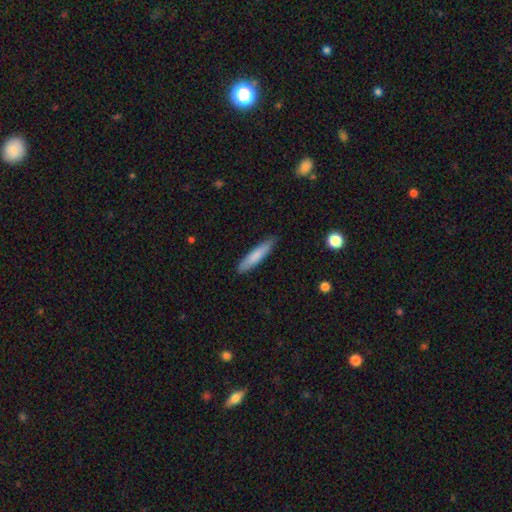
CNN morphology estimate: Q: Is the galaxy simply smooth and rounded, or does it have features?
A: smooth — 78%.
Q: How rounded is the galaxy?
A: cigar-shaped — 88%.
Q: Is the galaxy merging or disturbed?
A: none — 87%.